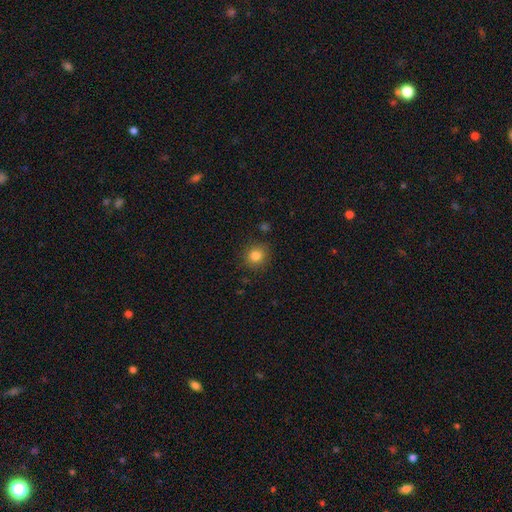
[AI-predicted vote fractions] Morphology: type=smooth (82%); roundness=round (86%); merging=none (87%).